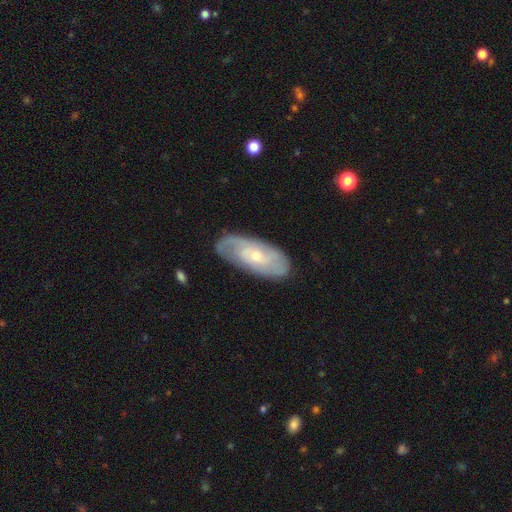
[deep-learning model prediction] Q: Smooth or featured?
A: featured or disk (73%); runner-up: smooth (22%)
Q: Edge-on disk?
A: no (91%); runner-up: yes (9%)
Q: Bar?
A: no (69%); runner-up: weak (26%)
Q: Spiral arms?
A: yes (87%); runner-up: no (13%)
Q: Spiral winding?
A: tight (52%); runner-up: medium (34%)
Q: Spiral arm count?
A: 2 (41%); runner-up: can't tell (39%)
Q: Bulge size?
A: small (65%); runner-up: moderate (32%)
Q: Merging?
A: none (78%); runner-up: minor disturbance (17%)